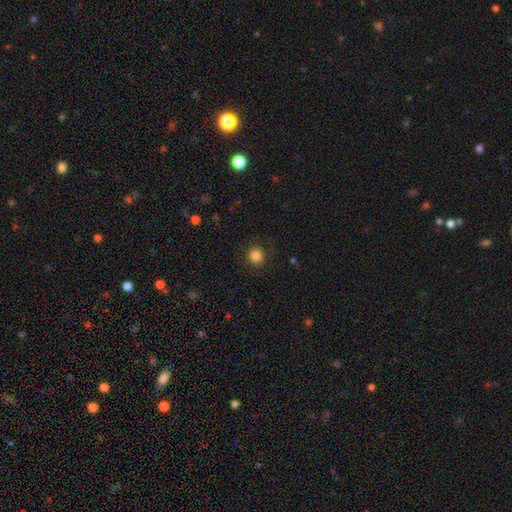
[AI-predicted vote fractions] smooth 85%, star or artifact 11%, featured or disk 4%. Down the decision tree: how rounded — round (91%); merging — none (88%).